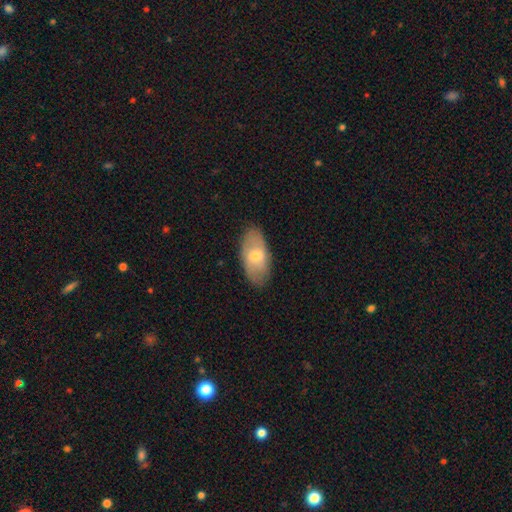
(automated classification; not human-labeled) Smooth or featured? Predicted: smooth (p=0.61). How rounded? Predicted: in between (p=0.91). Merging? Predicted: none (p=0.85).